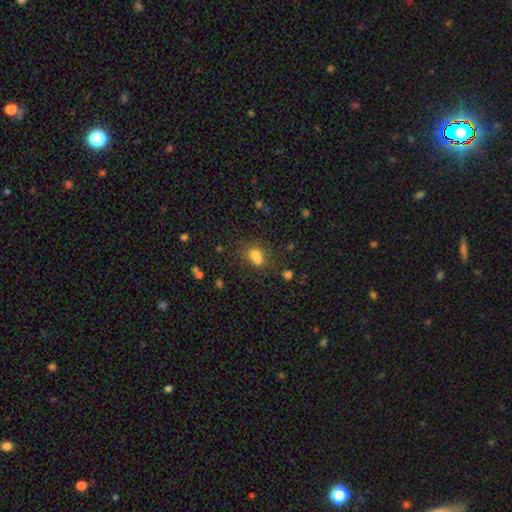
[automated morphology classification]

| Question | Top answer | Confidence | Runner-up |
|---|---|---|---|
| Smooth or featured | smooth | 68% | star or artifact (17%) |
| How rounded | round | 64% | in between (35%) |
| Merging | merger | 54% | none (33%) |